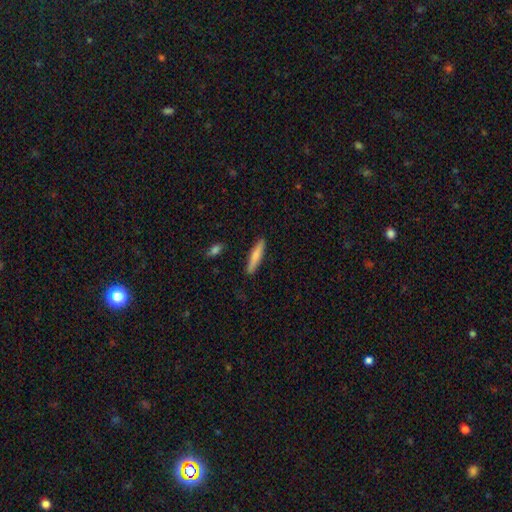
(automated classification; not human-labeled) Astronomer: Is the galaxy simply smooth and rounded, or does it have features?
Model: smooth — 74%.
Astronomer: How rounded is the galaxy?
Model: cigar-shaped — 89%.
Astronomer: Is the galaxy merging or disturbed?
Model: none — 89%.